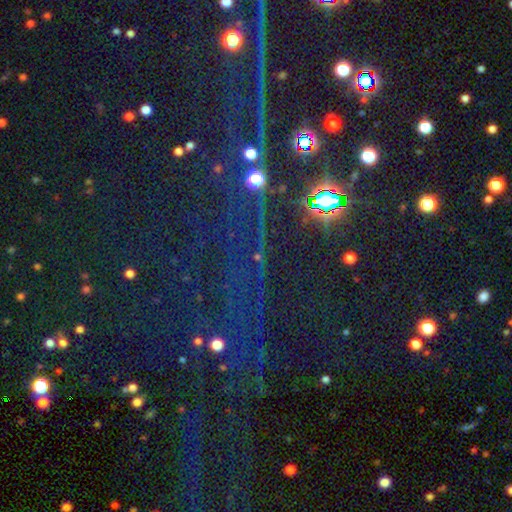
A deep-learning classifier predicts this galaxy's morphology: smooth-or-featured: star or artifact: 81% | smooth: 11% | featured or disk: 8%